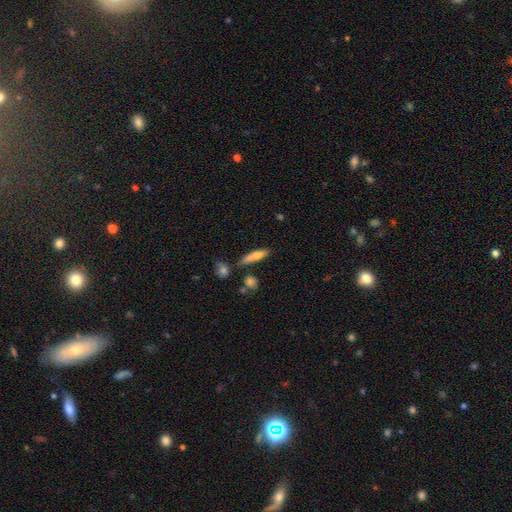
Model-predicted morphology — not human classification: Smooth or featured: smooth — 68% (featured or disk — 24%)
How rounded: cigar-shaped — 74% (in between — 24%)
Merging: none — 68% (minor disturbance — 17%)